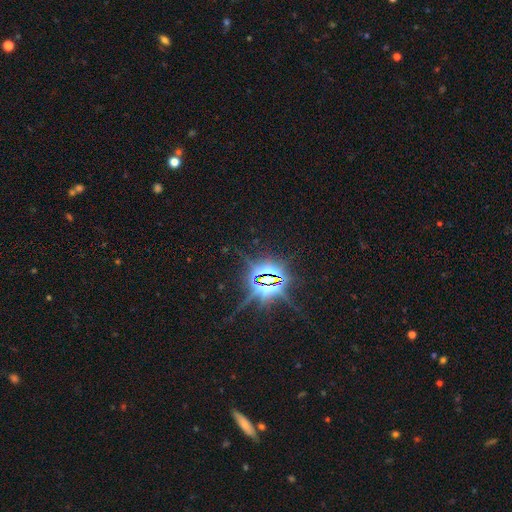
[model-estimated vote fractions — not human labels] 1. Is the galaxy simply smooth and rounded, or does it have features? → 85% star or artifact, 9% smooth, 6% featured or disk.